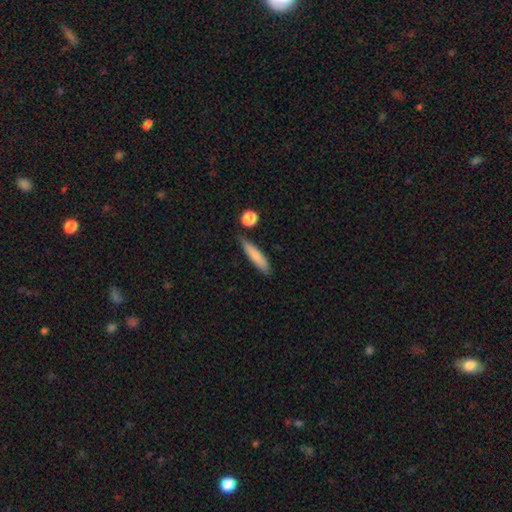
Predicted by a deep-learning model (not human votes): smooth 80%, featured or disk 14%, star or artifact 6%. Down the decision tree: how rounded — cigar-shaped (85%); merging — none (80%).